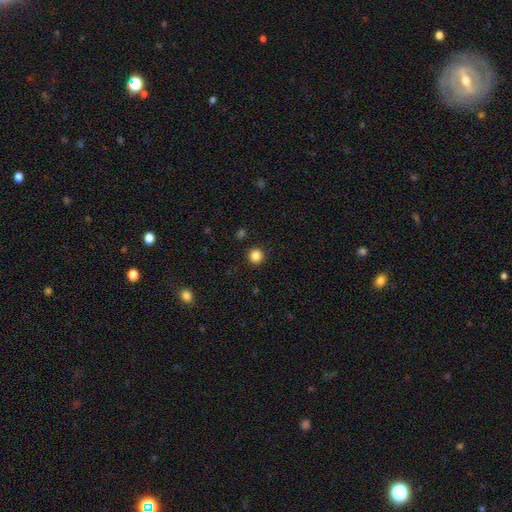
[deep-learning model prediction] The model was most divided on "smooth or featured": smooth: 85%, star or artifact: 11%, featured or disk: 4%. More confident: how rounded — round (94%); merging — none (92%).